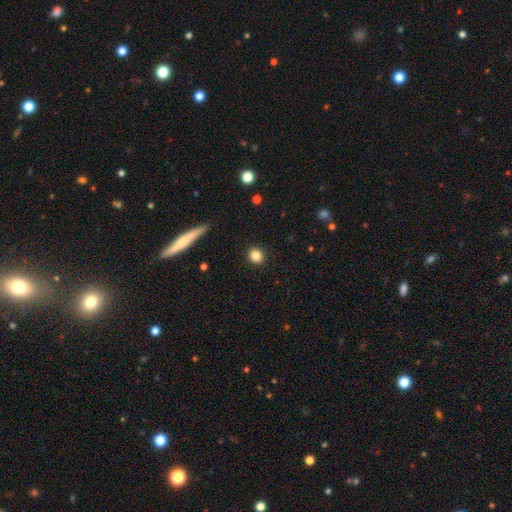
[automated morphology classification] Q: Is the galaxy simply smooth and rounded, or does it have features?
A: smooth — 85%.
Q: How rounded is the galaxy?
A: round — 79%.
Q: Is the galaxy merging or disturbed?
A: none — 91%.